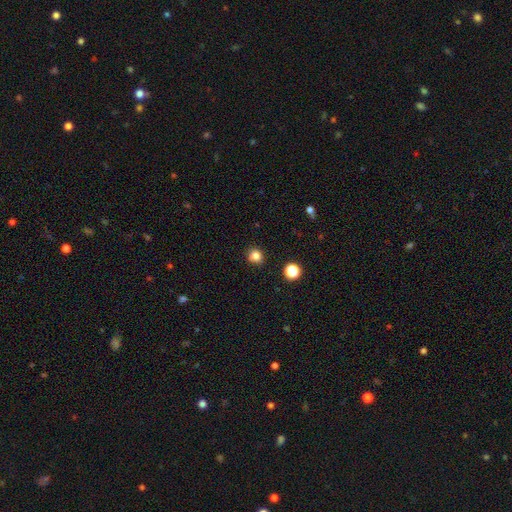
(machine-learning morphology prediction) The model was most divided on "smooth or featured": smooth: 82%, star or artifact: 13%, featured or disk: 5%. More confident: merging — none (89%); how rounded — round (85%).